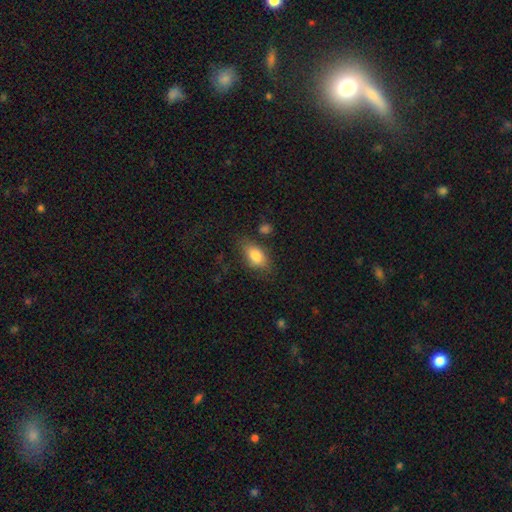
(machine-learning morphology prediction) A smooth galaxy with no disk features (81%) that is in between round and cigar-shaped (88%).

Vote fractions:
- Smooth or featured? smooth: 81% / featured or disk: 11% / star or artifact: 8%
- How rounded? in between: 88% / round: 9% / cigar-shaped: 3%
- Merging? none: 70% / minor disturbance: 20% / major disturbance: 6% / merger: 4%